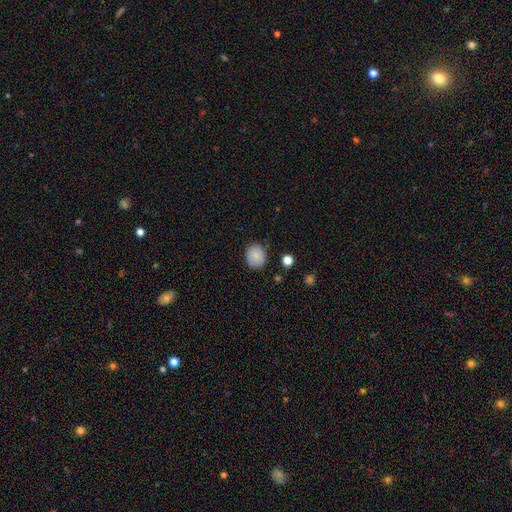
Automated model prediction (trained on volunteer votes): A smooth galaxy with no disk features (85%) that is round (76%). Merging: none (84%).